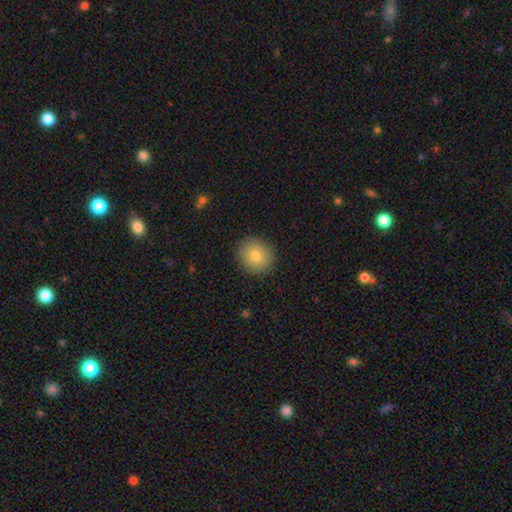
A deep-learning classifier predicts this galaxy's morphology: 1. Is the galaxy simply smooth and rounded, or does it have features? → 80% smooth, 11% featured or disk, 9% star or artifact.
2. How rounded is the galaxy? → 84% round, 15% in between, 1% cigar-shaped.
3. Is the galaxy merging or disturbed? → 89% none, 8% minor disturbance, 2% major disturbance, 1% merger.